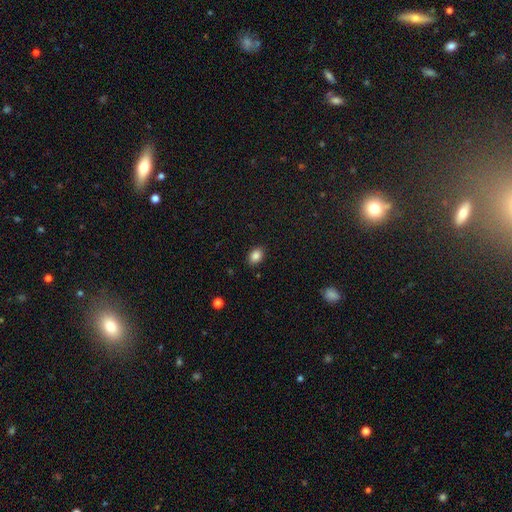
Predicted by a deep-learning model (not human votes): A smooth galaxy with no disk features (86%) that is in between round and cigar-shaped (76%).

Vote fractions:
- Smooth or featured? smooth: 86% / star or artifact: 9% / featured or disk: 5%
- How rounded? in between: 76% / round: 23% / cigar-shaped: 1%
- Merging? none: 88% / minor disturbance: 9% / major disturbance: 2% / merger: 1%